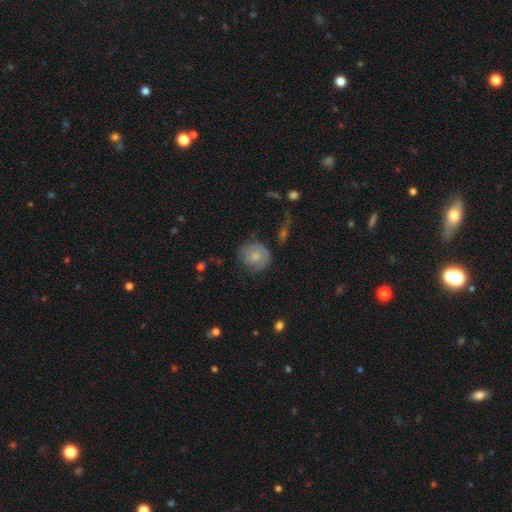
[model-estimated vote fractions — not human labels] Smooth or featured? smooth (70%)
How rounded? round (82%)
Merging? none (62%)